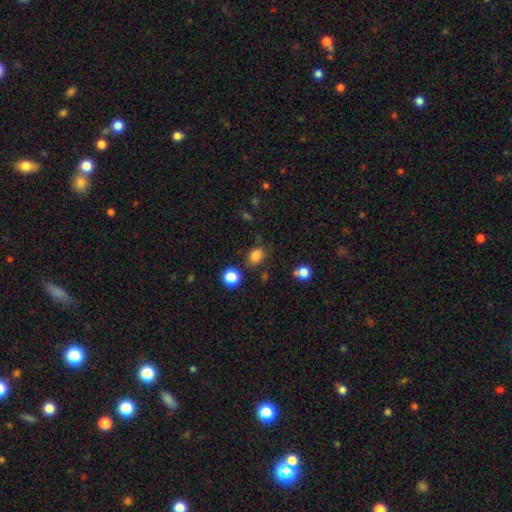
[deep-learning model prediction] A smooth galaxy with no disk features (82%) that is in between round and cigar-shaped (64%). Merging: none (76%).